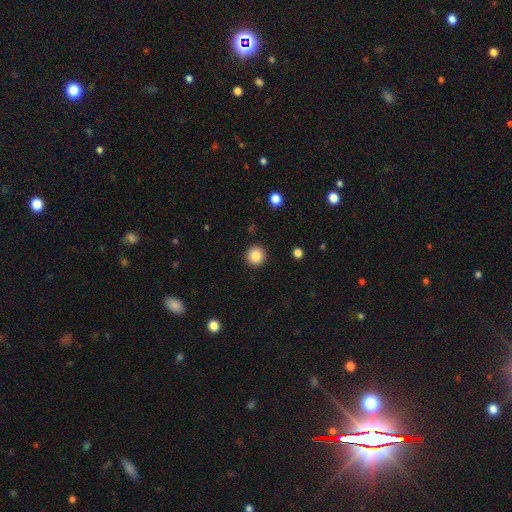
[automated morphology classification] The model was most divided on "smooth or featured": smooth: 85%, star or artifact: 10%, featured or disk: 5%. More confident: how rounded — round (95%); merging — none (92%).